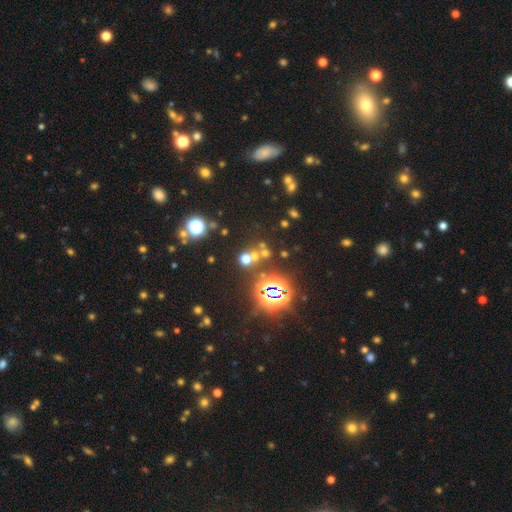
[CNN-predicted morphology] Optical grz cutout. It shows a star or artifact, not a galaxy (48%).